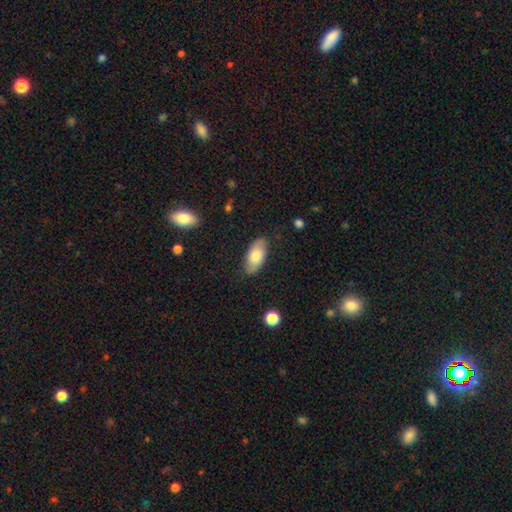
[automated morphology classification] A smooth galaxy with no disk features (75%) that is in between round and cigar-shaped (93%).

Vote fractions:
- Smooth or featured? smooth: 75% / featured or disk: 19% / star or artifact: 6%
- How rounded? in between: 93% / cigar-shaped: 5% / round: 3%
- Merging? none: 83% / minor disturbance: 13% / major disturbance: 3% / merger: 1%